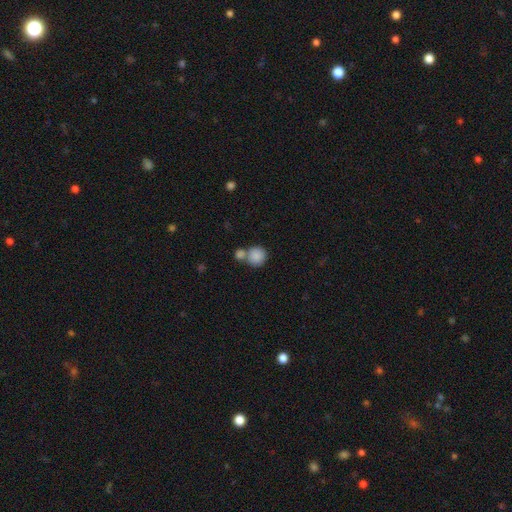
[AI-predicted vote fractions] A smooth galaxy with no disk features (86%) that is round (90%).

Vote fractions:
- Smooth or featured? smooth: 86% / star or artifact: 8% / featured or disk: 6%
- How rounded? round: 90% / in between: 9% / cigar-shaped: 1%
- Merging? none: 45% / merger: 43% / minor disturbance: 8% / major disturbance: 4%